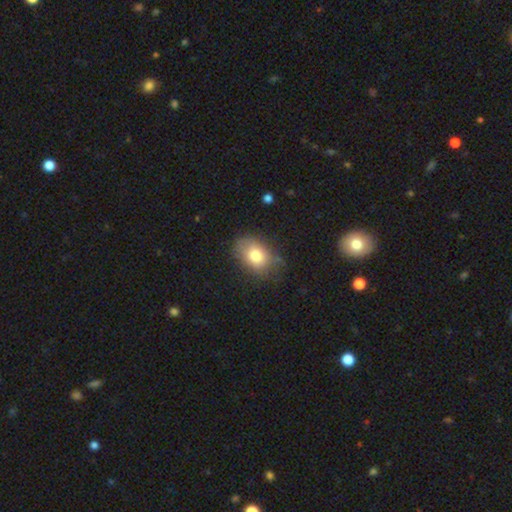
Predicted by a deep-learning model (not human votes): The model was most divided on "merging": none: 66%, minor disturbance: 24%, major disturbance: 7%, merger: 2%. More confident: how rounded — in between (78%); smooth or featured — smooth (77%).